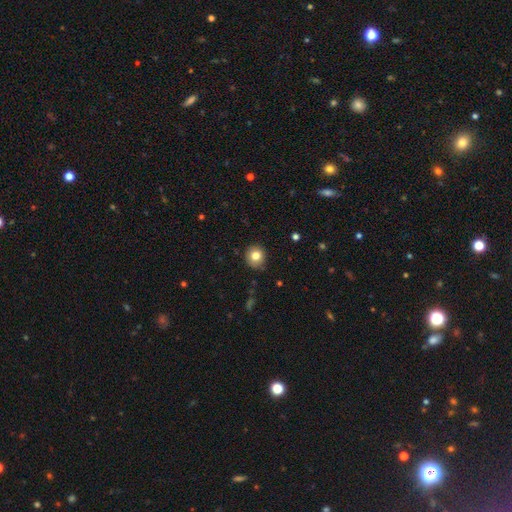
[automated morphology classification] The model was most divided on "smooth or featured": smooth: 81%, star or artifact: 11%, featured or disk: 9%. More confident: how rounded — round (87%); merging — none (86%).